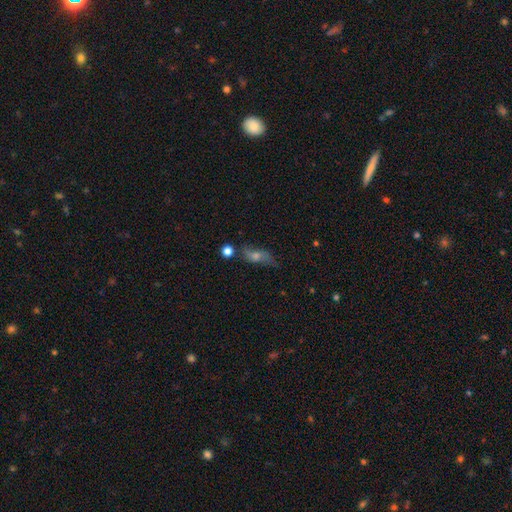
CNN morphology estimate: Smooth or featured: featured or disk — 48% (smooth — 37%)
Merging: none — 60% (minor disturbance — 22%)